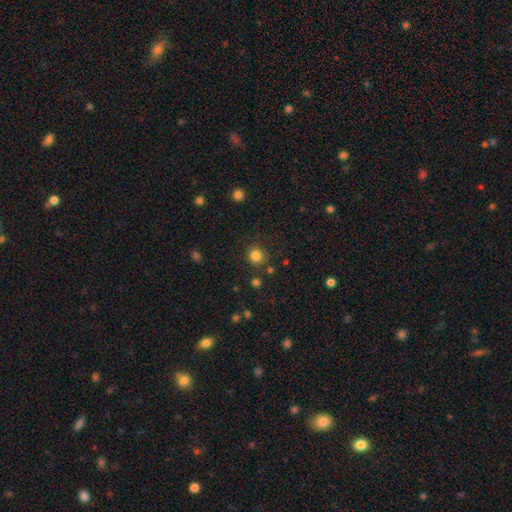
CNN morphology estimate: type=smooth (82%); roundness=round (92%); merging=none (84%).